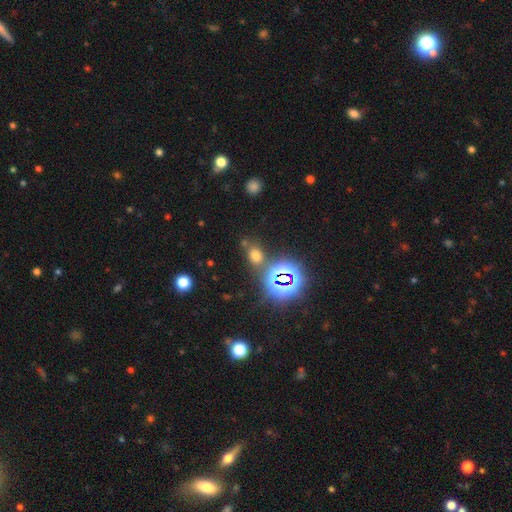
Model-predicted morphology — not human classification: This appears to be a smooth galaxy with no disk features (57%) that is in between round and cigar-shaped (55%). Merging: none (71%).